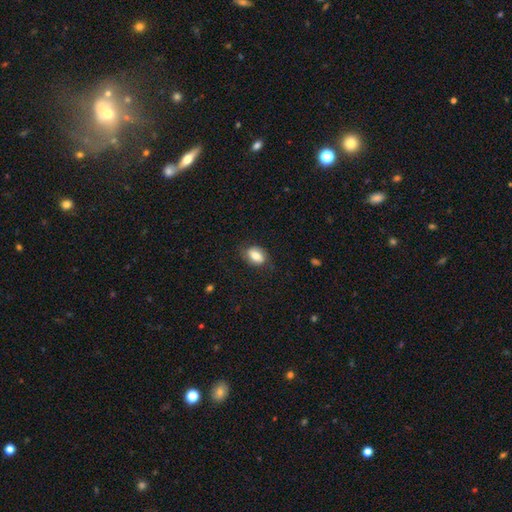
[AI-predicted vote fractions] This appears to be a smooth galaxy with no disk features (75%) that is in between round and cigar-shaped (81%). Merging: none (74%).